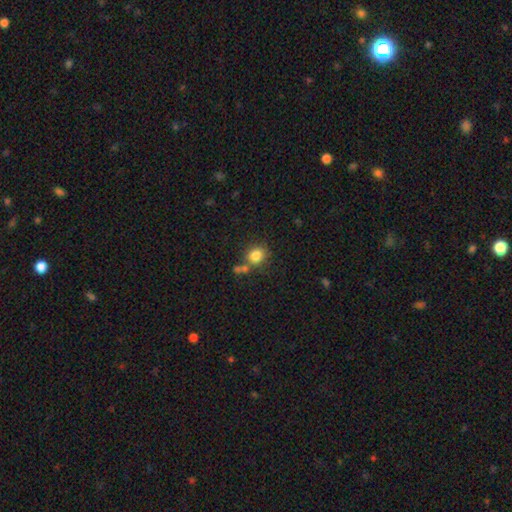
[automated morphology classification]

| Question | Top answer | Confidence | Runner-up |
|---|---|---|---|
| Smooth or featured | smooth | 83% | star or artifact (11%) |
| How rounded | round | 76% | in between (23%) |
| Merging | none | 65% | merger (18%) |